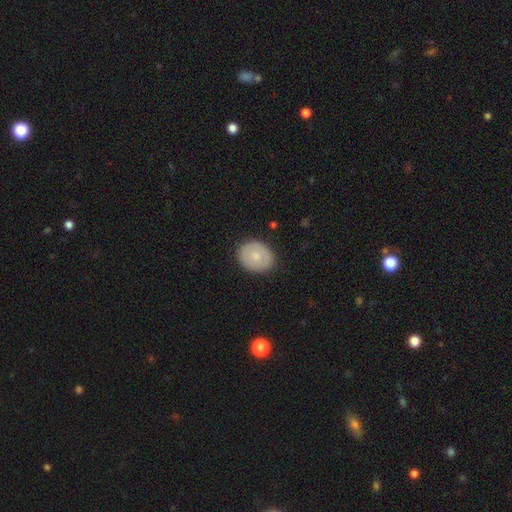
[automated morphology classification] smooth 76%, featured or disk 17%, star or artifact 7%. Down the decision tree: how rounded — round (57%); merging — none (87%).